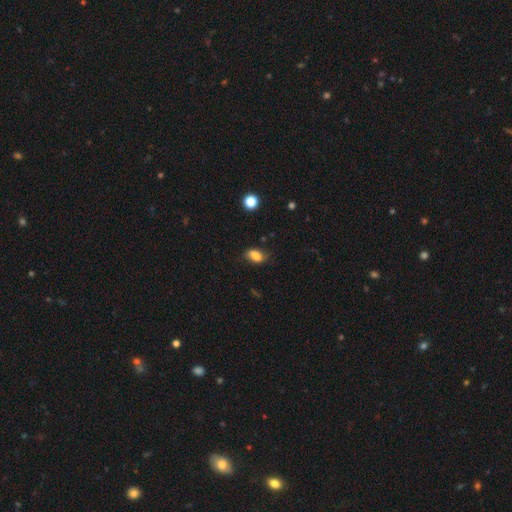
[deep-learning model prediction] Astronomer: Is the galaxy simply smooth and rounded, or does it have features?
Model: smooth — 77%.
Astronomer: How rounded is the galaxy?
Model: in between — 85%.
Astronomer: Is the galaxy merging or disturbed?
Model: none — 67%.